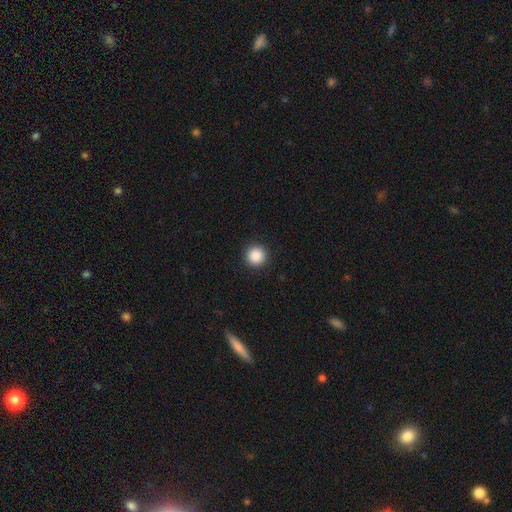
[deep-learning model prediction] This appears to be a smooth galaxy with no disk features (88%) that is round (96%). Merging: none (93%).